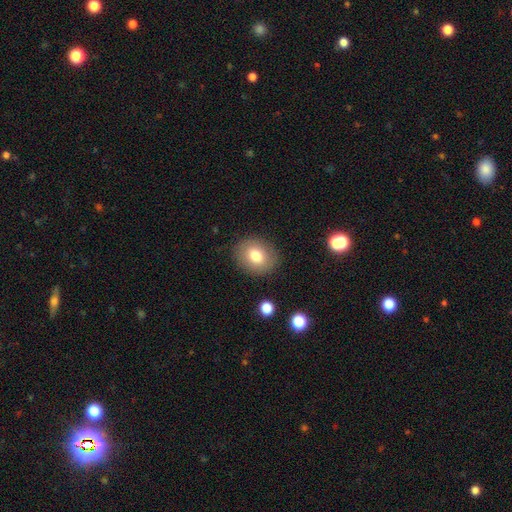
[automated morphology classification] This appears to be a smooth galaxy with no disk features (77%) that is round (59%). Merging: none (86%).